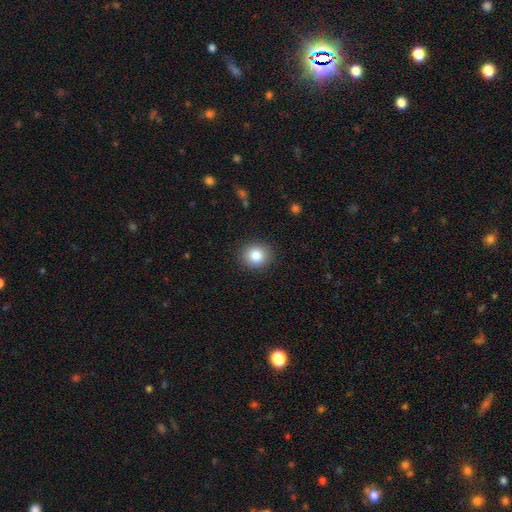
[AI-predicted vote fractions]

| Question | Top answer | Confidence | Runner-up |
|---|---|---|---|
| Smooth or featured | smooth | 84% | star or artifact (10%) |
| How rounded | round | 81% | in between (18%) |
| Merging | none | 90% | minor disturbance (7%) |